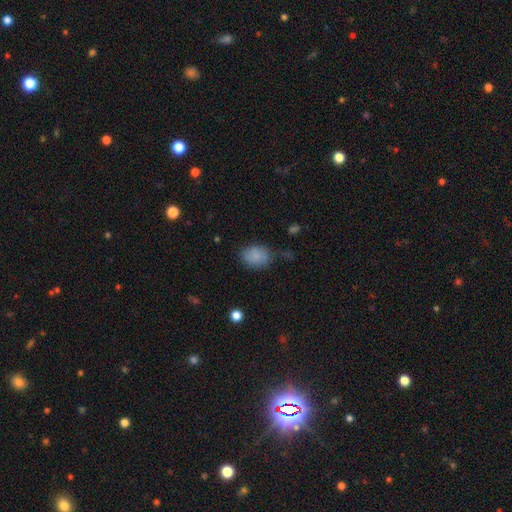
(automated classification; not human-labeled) Smooth or featured?
  - smooth: 84% *
  - star or artifact: 9%
  - featured or disk: 7%
How rounded?
  - in between: 64% *
  - round: 35%
  - cigar-shaped: 1%
Merging?
  - none: 66% *
  - minor disturbance: 23%
  - major disturbance: 7%
  - merger: 3%